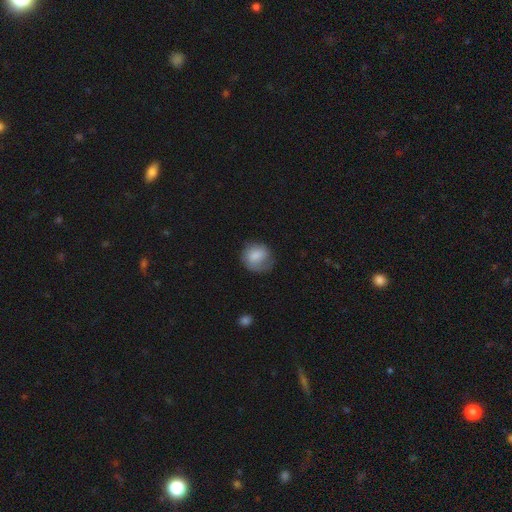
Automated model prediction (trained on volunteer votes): Smooth or featured?
  - smooth: 75% *
  - featured or disk: 18%
  - star or artifact: 7%
How rounded?
  - round: 76% *
  - in between: 23%
  - cigar-shaped: 1%
Merging?
  - none: 53% *
  - minor disturbance: 28%
  - major disturbance: 17%
  - merger: 2%